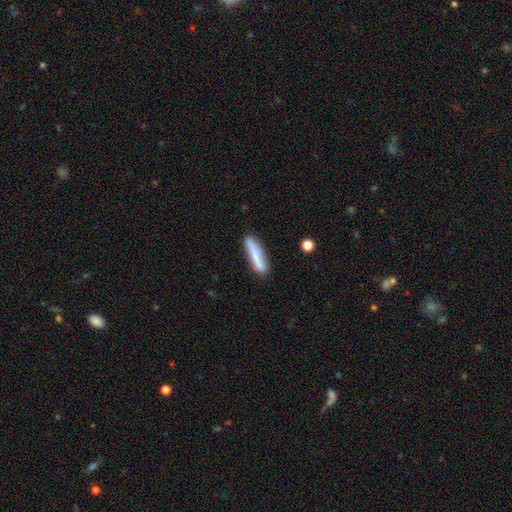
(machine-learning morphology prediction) Q: Smooth or featured?
A: smooth (67%); runner-up: featured or disk (27%)
Q: How rounded?
A: cigar-shaped (85%); runner-up: in between (13%)
Q: Merging?
A: none (81%); runner-up: minor disturbance (13%)